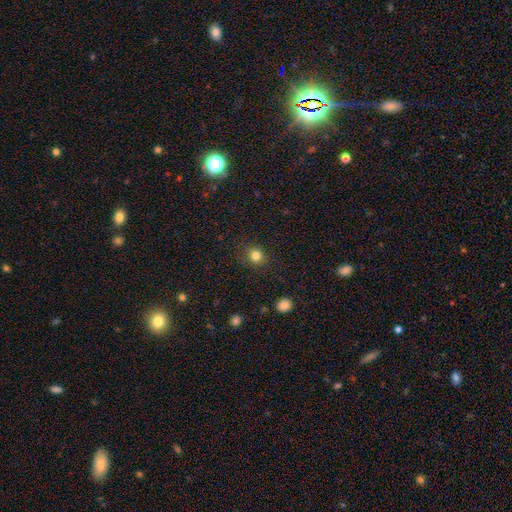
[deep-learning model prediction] Smooth or featured: smooth — 82% (star or artifact — 13%)
How rounded: round — 85% (in between — 14%)
Merging: none — 87% (minor disturbance — 9%)